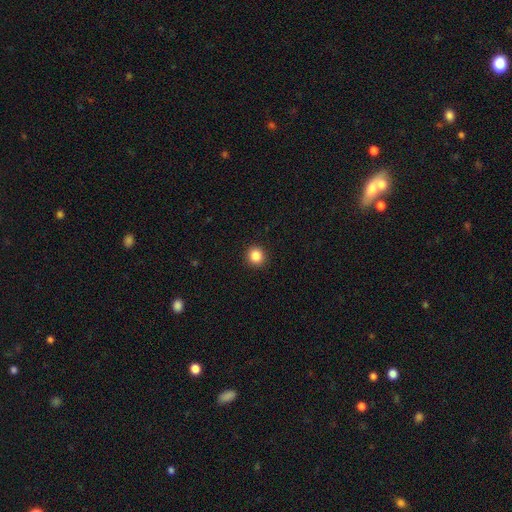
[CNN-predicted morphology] smooth_or_featured: smooth (p=0.86) [alt: star or artifact p=0.11]
how_rounded: round (p=0.90) [alt: in between p=0.09]
merging: none (p=0.92) [alt: minor disturbance p=0.05]